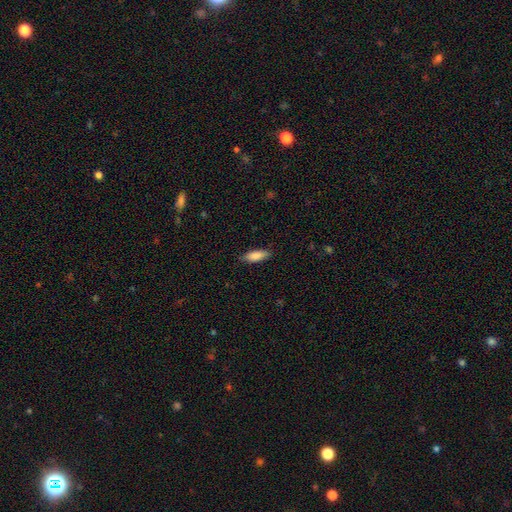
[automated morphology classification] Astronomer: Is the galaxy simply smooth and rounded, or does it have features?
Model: smooth — 85%.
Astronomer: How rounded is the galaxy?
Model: in between — 62%.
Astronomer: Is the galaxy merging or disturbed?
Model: none — 85%.